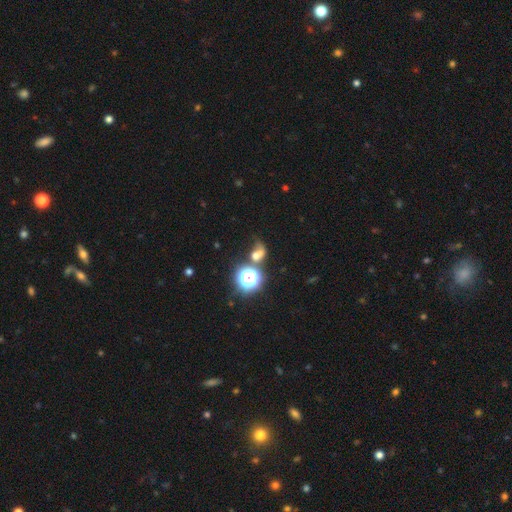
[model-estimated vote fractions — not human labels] smooth 48%, star or artifact 31%, featured or disk 21%. Down the decision tree: merging — none (36%).